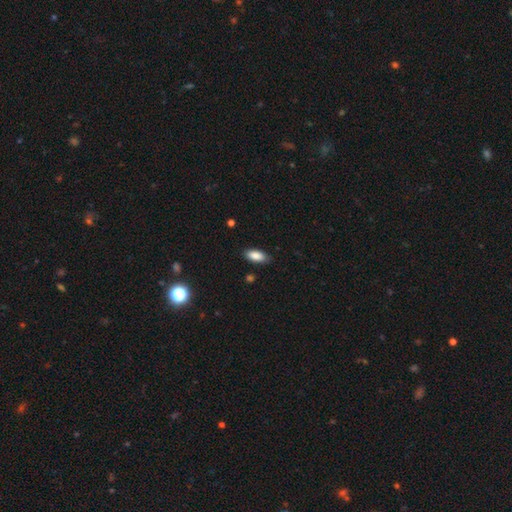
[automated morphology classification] Overall: smooth (86%). How rounded: in between (86%). Merging: none (83%).